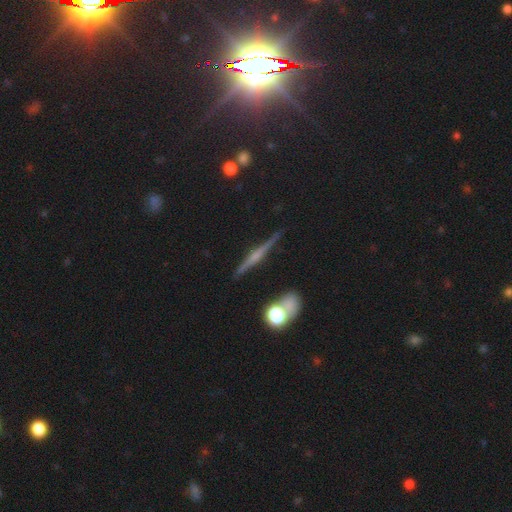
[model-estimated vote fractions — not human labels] A featured or disk galaxy (73%) viewed edge-on (97%) with a rounded central bulge (63%).

Vote fractions:
- Smooth or featured? featured or disk: 73% / smooth: 18% / star or artifact: 10%
- Edge-on disk? yes: 97% / no: 3%
- Edge-on bulge? rounded: 63% / none: 19% / boxy: 18%
- Merging? none: 87% / minor disturbance: 8% / merger: 3% / major disturbance: 2%